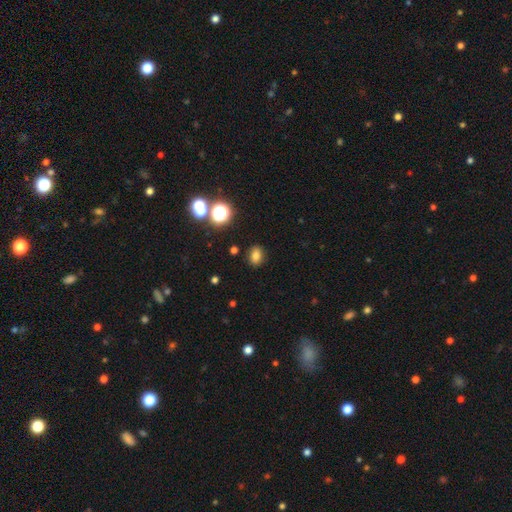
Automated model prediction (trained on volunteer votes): Smooth or featured?
  - smooth: 77% *
  - star or artifact: 16%
  - featured or disk: 6%
How rounded?
  - in between: 67% *
  - round: 32%
  - cigar-shaped: 1%
Merging?
  - none: 87% *
  - minor disturbance: 9%
  - major disturbance: 2%
  - merger: 2%